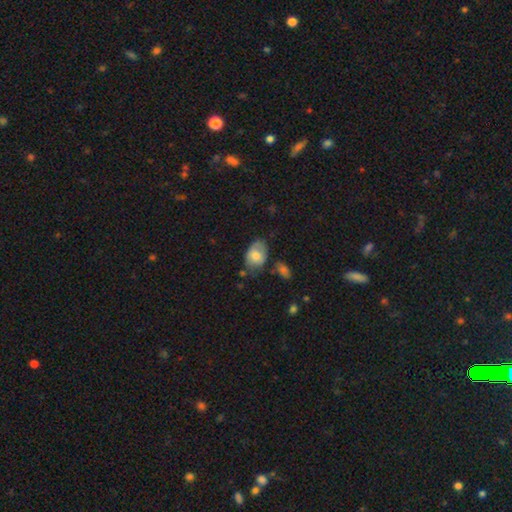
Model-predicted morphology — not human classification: Smooth or featured: smooth — 69% (featured or disk — 24%)
How rounded: in between — 84% (round — 15%)
Merging: none — 49% (minor disturbance — 34%)